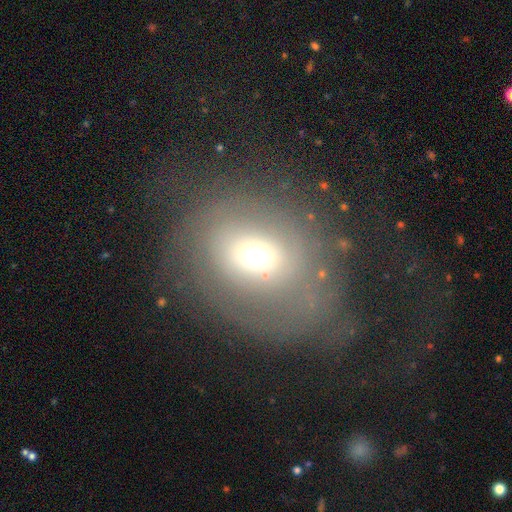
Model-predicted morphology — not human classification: type=smooth (48%); merging=none (46%).